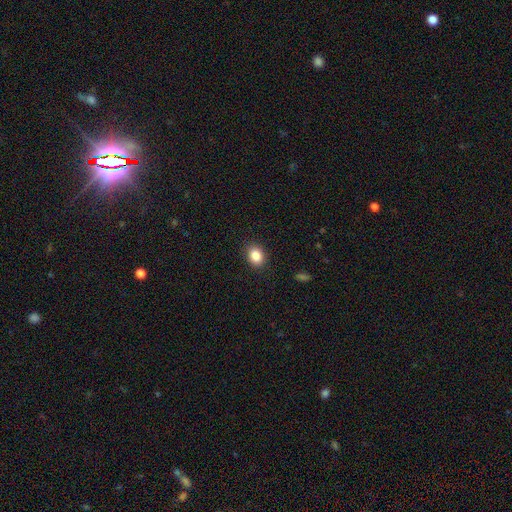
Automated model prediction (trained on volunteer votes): Smooth or featured? smooth (86%)
How rounded? in between (50%)
Merging? none (89%)